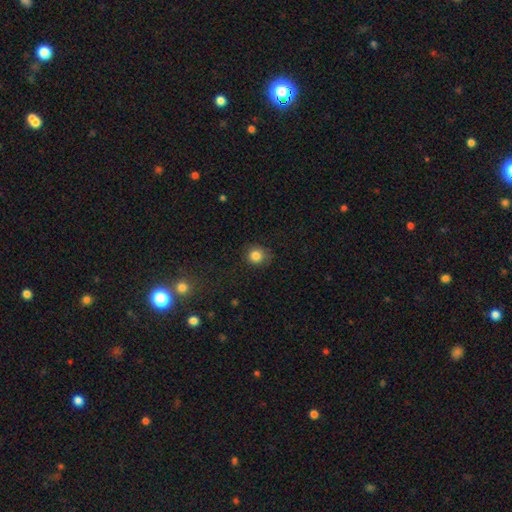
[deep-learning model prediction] Smooth or featured: smooth — 84% (star or artifact — 11%)
How rounded: round — 88% (in between — 11%)
Merging: none — 84% (minor disturbance — 12%)